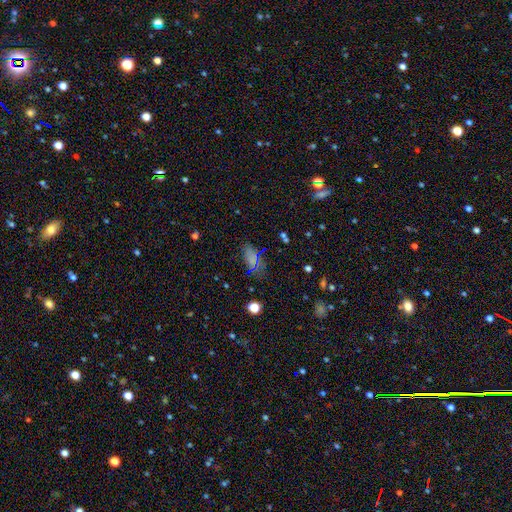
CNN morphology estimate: Smooth or featured: smooth — 50% (star or artifact — 36%)
How rounded: in between — 76% (cigar-shaped — 14%)
Merging: none — 71% (minor disturbance — 17%)